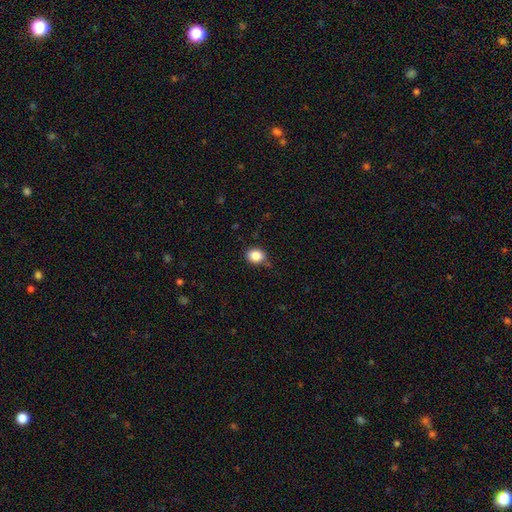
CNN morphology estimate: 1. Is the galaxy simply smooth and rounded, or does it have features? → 86% smooth, 10% star or artifact, 4% featured or disk.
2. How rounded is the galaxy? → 58% round, 41% in between, 1% cigar-shaped.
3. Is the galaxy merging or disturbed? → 77% none, 17% minor disturbance, 3% major disturbance, 2% merger.